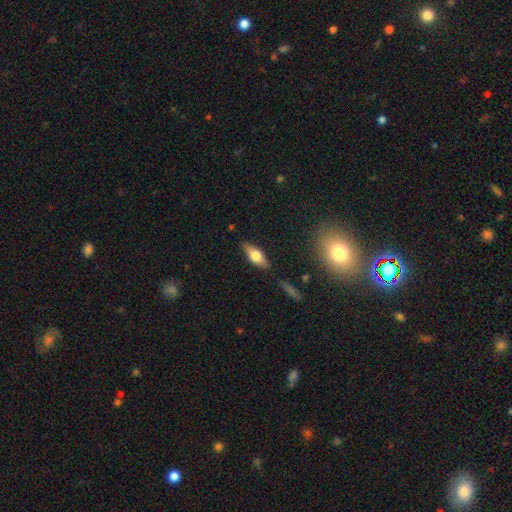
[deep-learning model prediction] This is possibly a smooth galaxy (60%). How rounded: likely in between (76%). Merging: clearly none (82%).